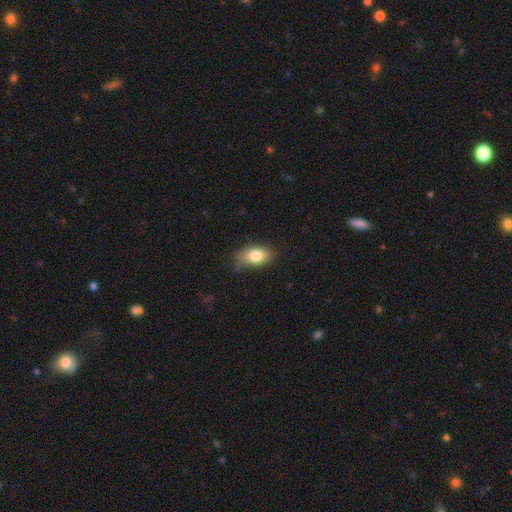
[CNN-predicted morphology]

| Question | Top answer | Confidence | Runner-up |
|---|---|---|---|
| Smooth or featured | smooth | 81% | featured or disk (11%) |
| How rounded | in between | 88% | round (10%) |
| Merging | none | 71% | minor disturbance (23%) |